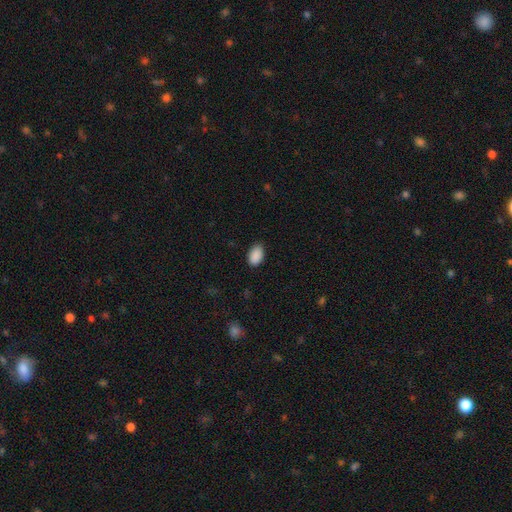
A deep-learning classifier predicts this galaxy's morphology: A smooth galaxy with no disk features (90%) that is in between round and cigar-shaped (91%).

Vote fractions:
- Smooth or featured? smooth: 90% / star or artifact: 7% / featured or disk: 3%
- How rounded? in between: 91% / round: 8% / cigar-shaped: 1%
- Merging? none: 82% / minor disturbance: 15% / major disturbance: 3% / merger: 1%